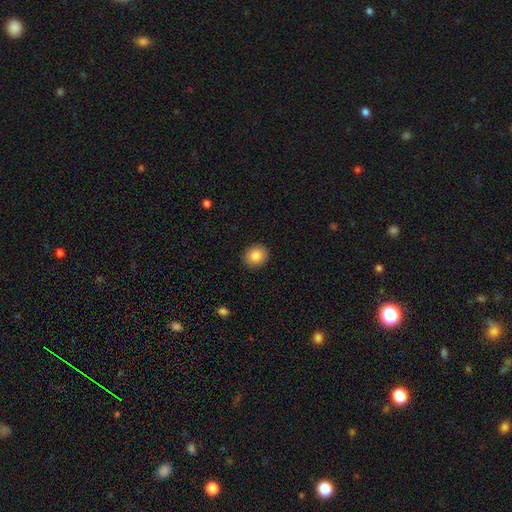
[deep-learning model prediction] This appears to be a smooth galaxy with no disk features (86%) that is round (76%). Merging: none (91%).